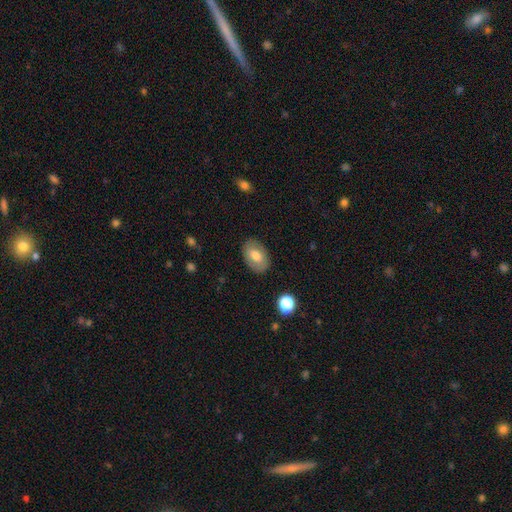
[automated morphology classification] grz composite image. It shows a smooth galaxy with no disk features (68%) that is in between round and cigar-shaped (87%). Merging: none (85%).